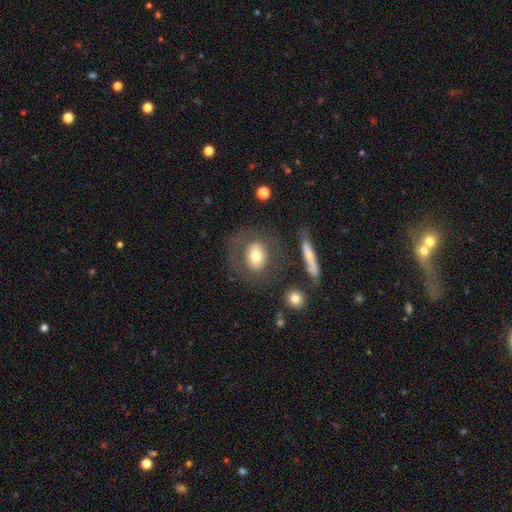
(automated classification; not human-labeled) Overall: smooth (66%; featured or disk 26%). How rounded: round (55%; in between 43%). Merging: none (65%).